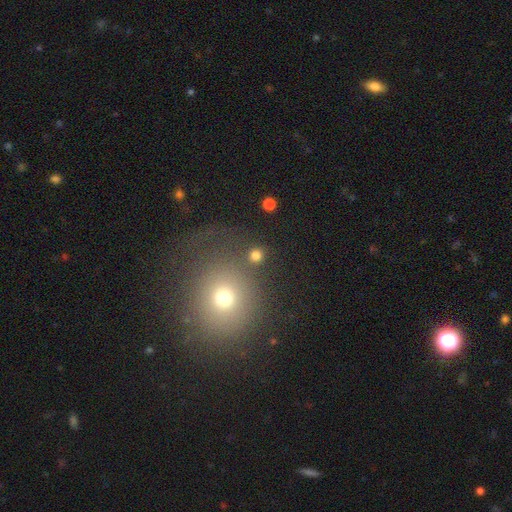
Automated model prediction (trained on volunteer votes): A smooth galaxy with no disk features (79%) that is round (92%). Merging: none (84%).